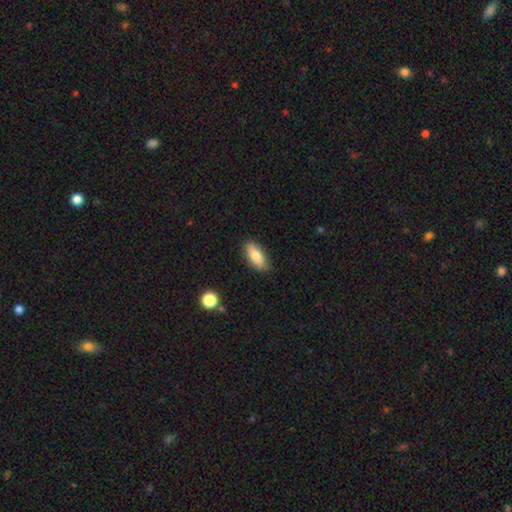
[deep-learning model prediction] smooth 76%, featured or disk 17%, star or artifact 7%. Down the decision tree: how rounded — in between (78%); merging — none (87%).